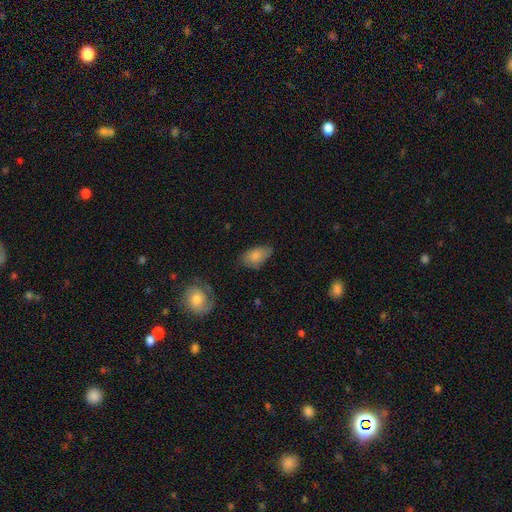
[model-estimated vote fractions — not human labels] This appears to be a smooth galaxy with no disk features (80%) that is in between round and cigar-shaped (91%). Merging: none (59%).